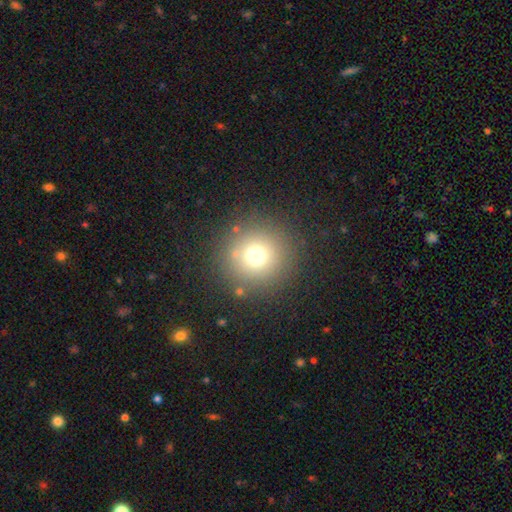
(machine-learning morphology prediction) Smooth or featured? Predicted: smooth (p=0.70). How rounded? Predicted: round (p=0.95). Merging? Predicted: none (p=0.86).